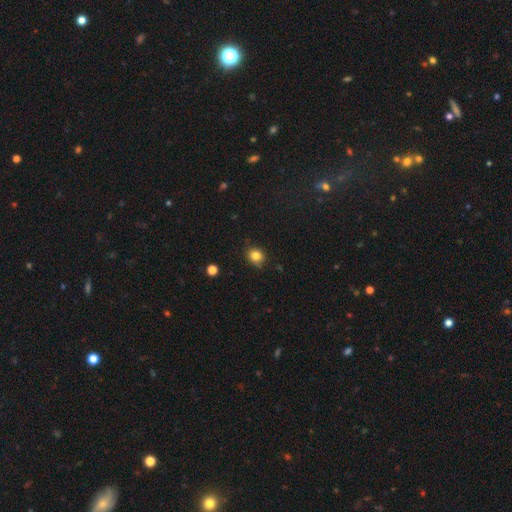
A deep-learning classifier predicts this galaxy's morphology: Overall: smooth (82%). How rounded: round (70%). Merging: none (77%).